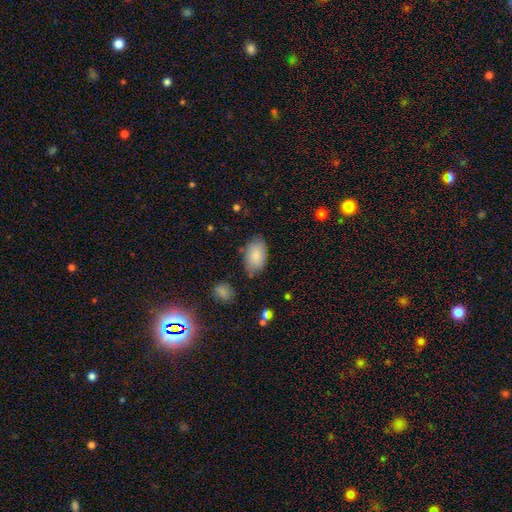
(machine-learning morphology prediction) smooth 82%, featured or disk 12%, star or artifact 7%. Down the decision tree: how rounded — in between (92%); merging — none (74%).